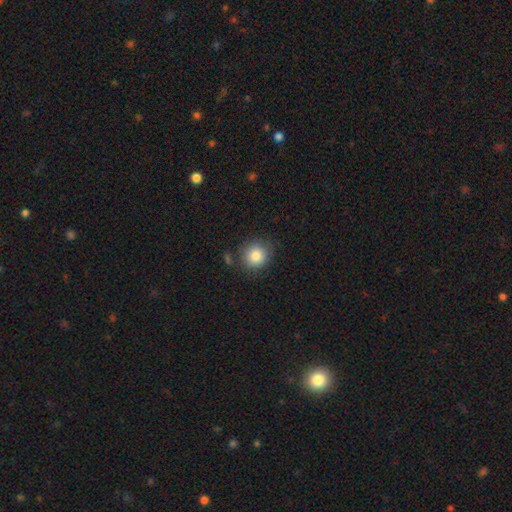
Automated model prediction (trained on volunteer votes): smooth_or_featured: smooth (p=0.85) [alt: star or artifact p=0.09]
how_rounded: round (p=0.86) [alt: in between p=0.13]
merging: none (p=0.79) [alt: minor disturbance p=0.13]